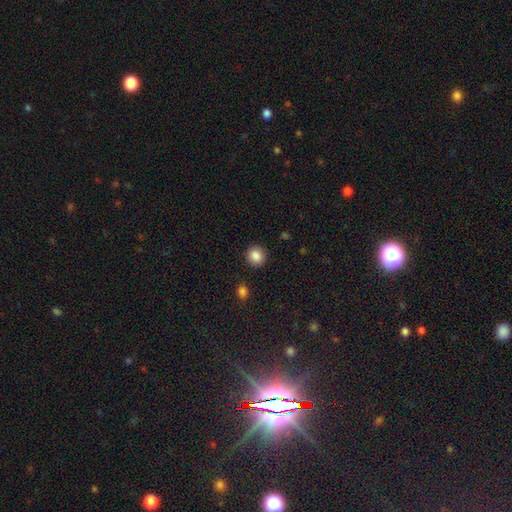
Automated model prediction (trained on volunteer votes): smooth 87%, star or artifact 9%, featured or disk 3%. Down the decision tree: how rounded — round (90%); merging — none (91%).